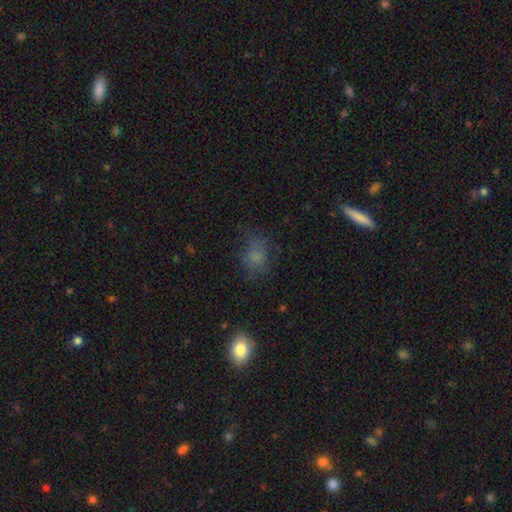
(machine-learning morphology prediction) smooth-or-featured: smooth: 67% | star or artifact: 17% | featured or disk: 15%
  how-rounded: in between: 62% | round: 36% | cigar-shaped: 2%
  merging: none: 56% | minor disturbance: 23% | major disturbance: 18% | merger: 3%